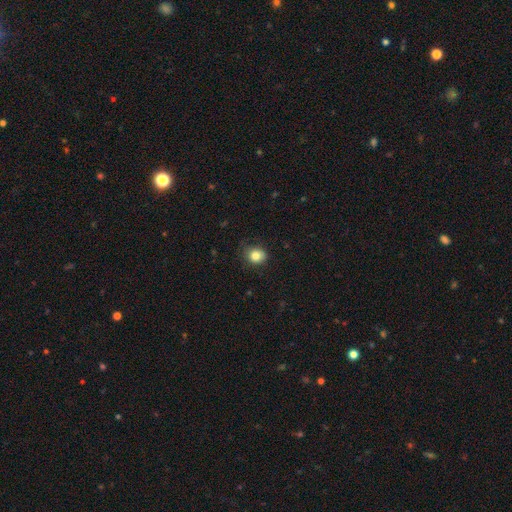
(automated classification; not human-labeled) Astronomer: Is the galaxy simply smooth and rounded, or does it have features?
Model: smooth — 83%.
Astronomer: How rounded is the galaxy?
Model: round — 75%.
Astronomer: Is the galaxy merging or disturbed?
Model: none — 77%.